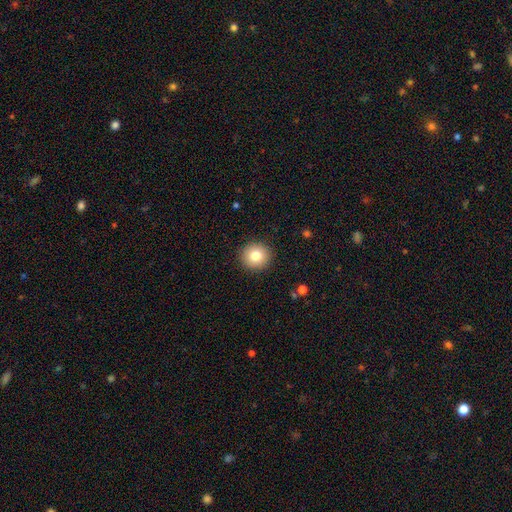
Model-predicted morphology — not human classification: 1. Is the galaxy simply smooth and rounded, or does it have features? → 81% smooth, 10% star or artifact, 10% featured or disk.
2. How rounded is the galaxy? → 92% round, 7% in between, 1% cigar-shaped.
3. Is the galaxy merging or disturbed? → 92% none, 5% minor disturbance, 2% major disturbance, 1% merger.